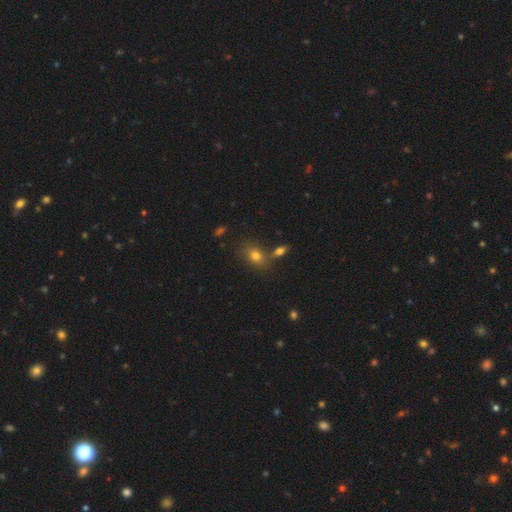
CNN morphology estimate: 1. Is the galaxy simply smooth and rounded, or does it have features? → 76% smooth, 12% star or artifact, 12% featured or disk.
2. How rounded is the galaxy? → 68% in between, 30% round, 2% cigar-shaped.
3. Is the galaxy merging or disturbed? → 60% none, 23% merger, 13% minor disturbance, 4% major disturbance.